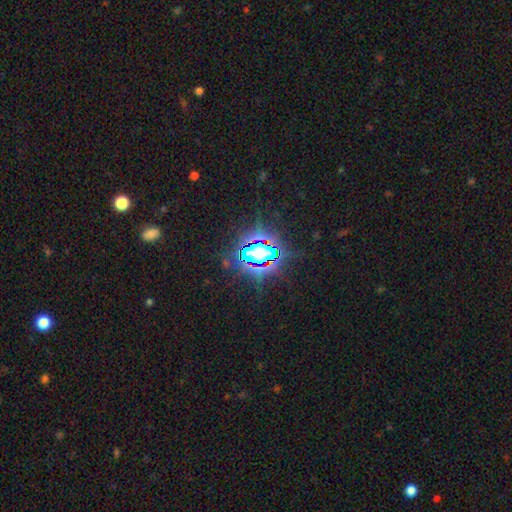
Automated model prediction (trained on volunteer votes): Smooth or featured: star or artifact — 74% (smooth — 15%)